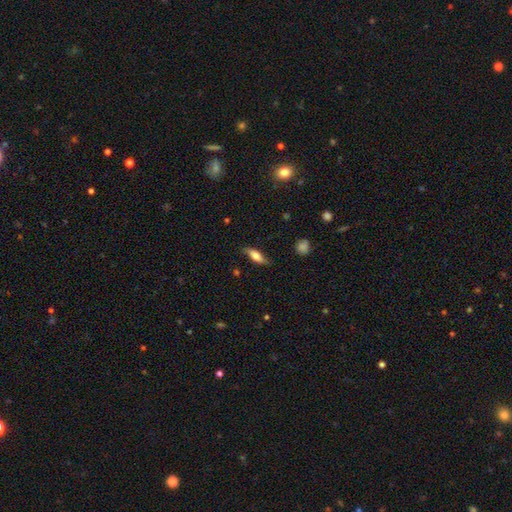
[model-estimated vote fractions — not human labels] Smooth or featured? Predicted: smooth (p=0.67). How rounded? Predicted: in between (p=0.58). Merging? Predicted: none (p=0.78).